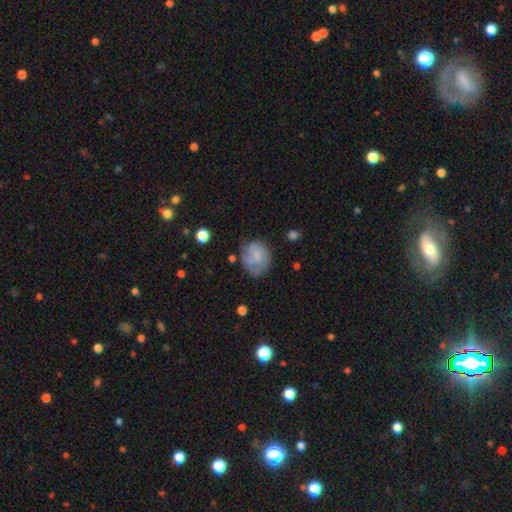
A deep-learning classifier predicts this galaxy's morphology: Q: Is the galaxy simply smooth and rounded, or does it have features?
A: smooth — 60%.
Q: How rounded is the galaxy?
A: round — 63%.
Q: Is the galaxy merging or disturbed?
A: none — 52%.